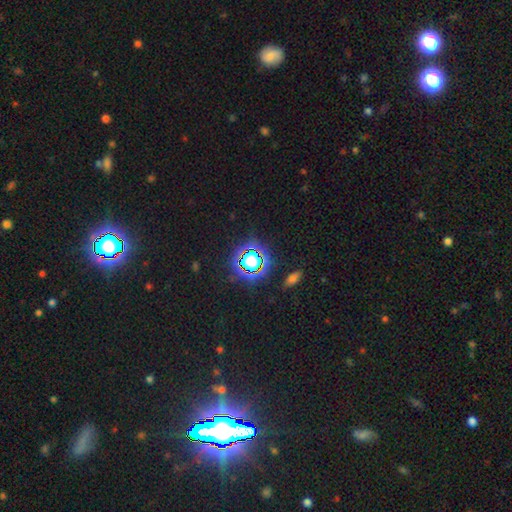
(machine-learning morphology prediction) star or artifact 82%, smooth 10%, featured or disk 8%.